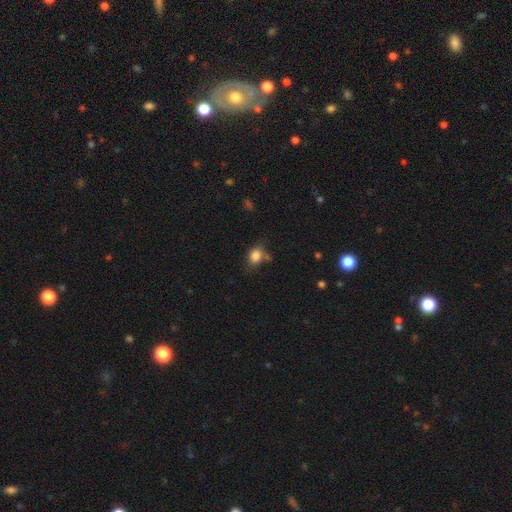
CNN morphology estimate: smooth_or_featured: smooth (p=0.83) [alt: star or artifact p=0.10]
how_rounded: in between (p=0.55) [alt: round p=0.44]
merging: none (p=0.57) [alt: minor disturbance p=0.25]